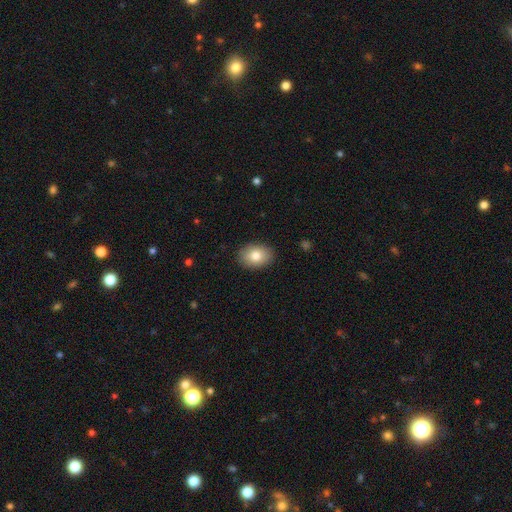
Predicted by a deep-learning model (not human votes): Smooth or featured? smooth (81%)
How rounded? in between (73%)
Merging? none (89%)